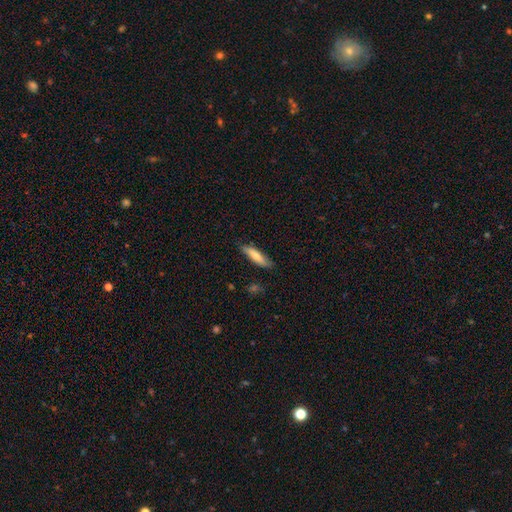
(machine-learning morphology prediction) smooth_or_featured: smooth (p=0.75) [alt: featured or disk p=0.19]
how_rounded: cigar-shaped (p=0.77) [alt: in between p=0.22]
merging: none (p=0.81) [alt: minor disturbance p=0.16]